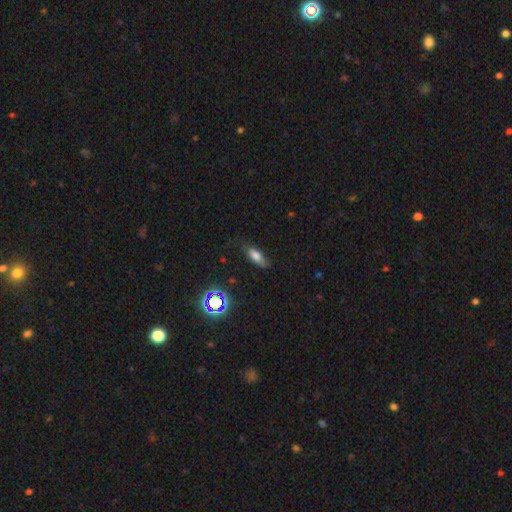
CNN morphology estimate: smooth 71%, featured or disk 16%, star or artifact 13%. Down the decision tree: how rounded — in between (70%); merging — none (72%).